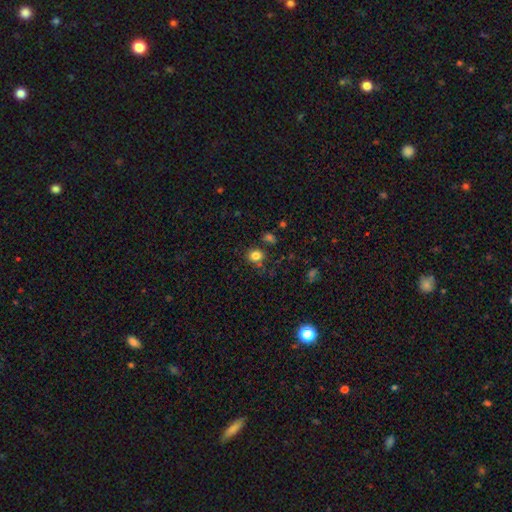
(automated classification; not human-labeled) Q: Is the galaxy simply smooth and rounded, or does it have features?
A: smooth — 81%.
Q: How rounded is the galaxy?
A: round — 74%.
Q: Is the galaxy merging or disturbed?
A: none — 76%.